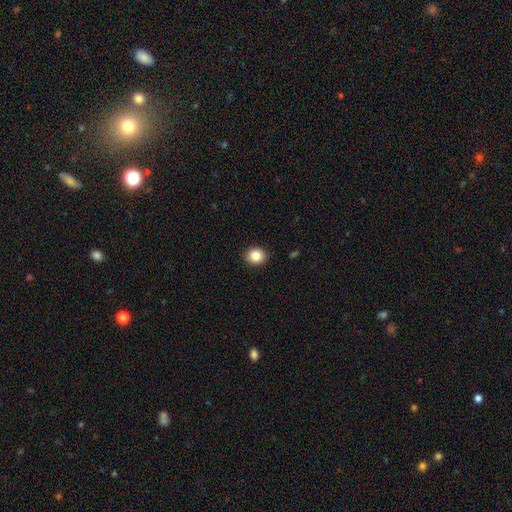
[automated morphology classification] The model was most divided on "how rounded": round: 73%, in between: 26%, cigar-shaped: 1%. More confident: merging — none (91%); smooth or featured — smooth (85%).